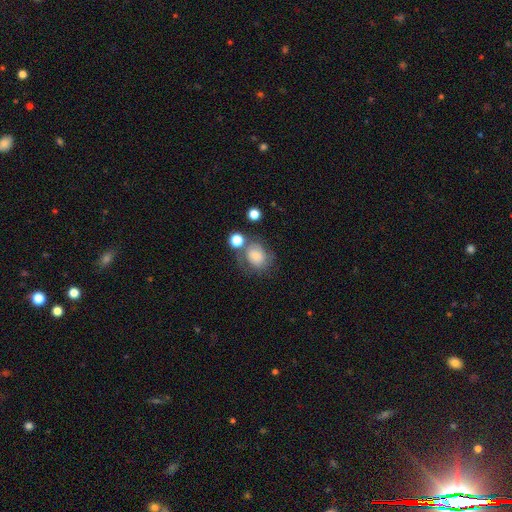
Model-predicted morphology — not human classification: Q: Smooth or featured?
A: smooth (72%); runner-up: featured or disk (17%)
Q: How rounded?
A: round (57%); runner-up: in between (42%)
Q: Merging?
A: none (50%); runner-up: minor disturbance (21%)